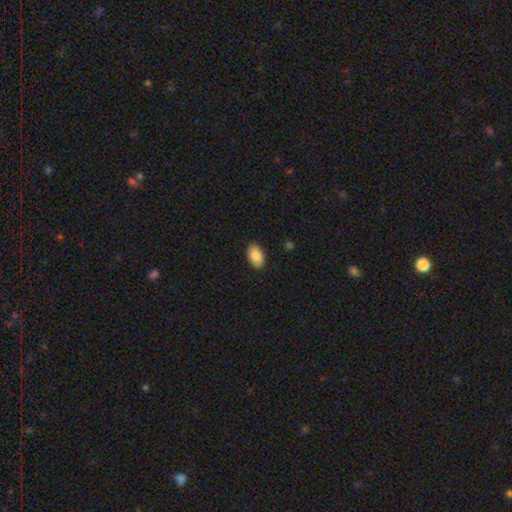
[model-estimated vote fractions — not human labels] smooth_or_featured: smooth (p=0.87) [alt: star or artifact p=0.07]
how_rounded: in between (p=0.94) [alt: round p=0.05]
merging: none (p=0.89) [alt: minor disturbance p=0.08]